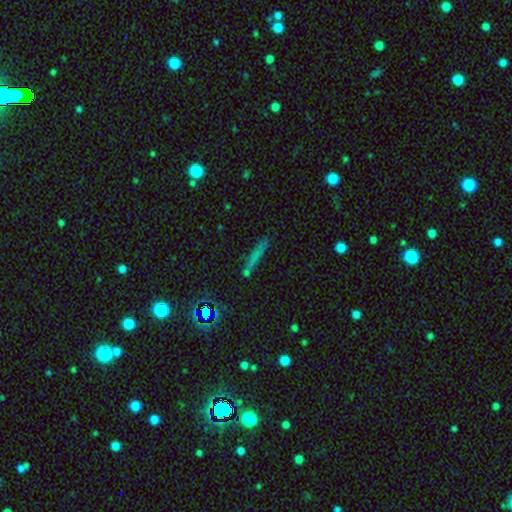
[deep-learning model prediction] Smooth or featured? smooth (59%)
How rounded? cigar-shaped (90%)
Merging? none (79%)